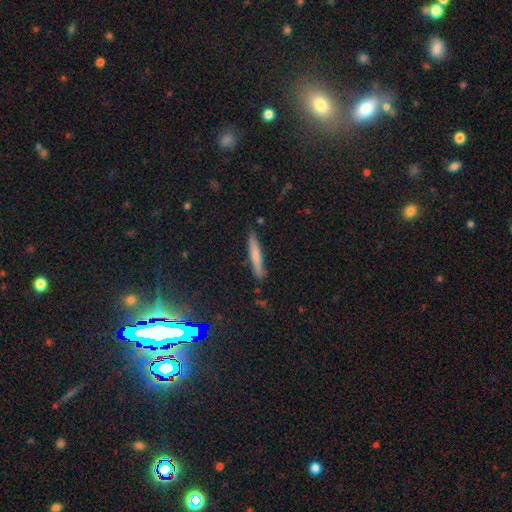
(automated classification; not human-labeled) This appears to be a smooth galaxy with no disk features (68%) that is cigar-shaped (94%). Merging: none (86%).